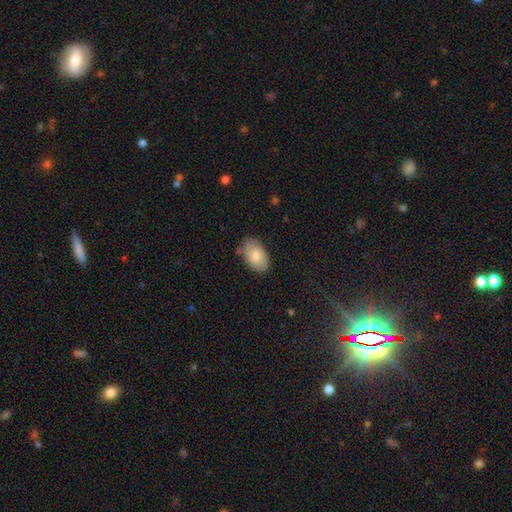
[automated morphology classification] This is likely a smooth galaxy (79%). How rounded: clearly in between (94%). Merging: likely none (78%).